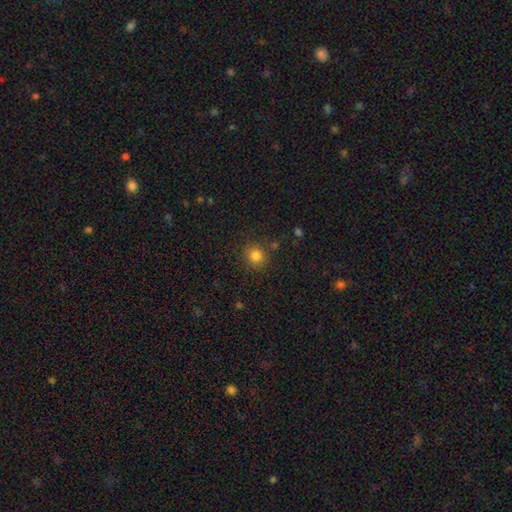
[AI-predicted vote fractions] The model was most divided on "smooth or featured": smooth: 82%, star or artifact: 12%, featured or disk: 5%. More confident: how rounded — round (90%); merging — none (84%).